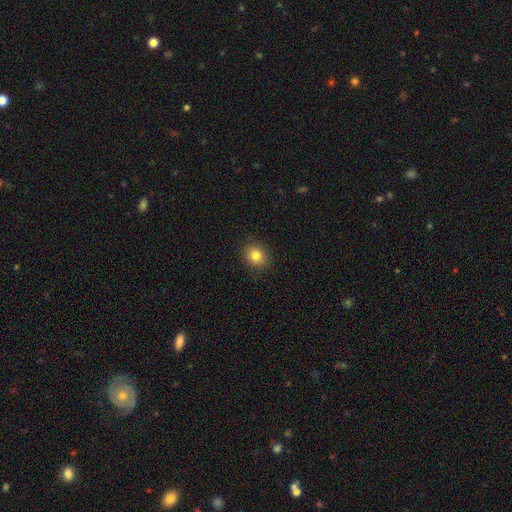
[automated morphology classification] smooth_or_featured: smooth (p=0.83) [alt: star or artifact p=0.11]
how_rounded: round (p=0.71) [alt: in between p=0.28]
merging: none (p=0.89) [alt: minor disturbance p=0.08]